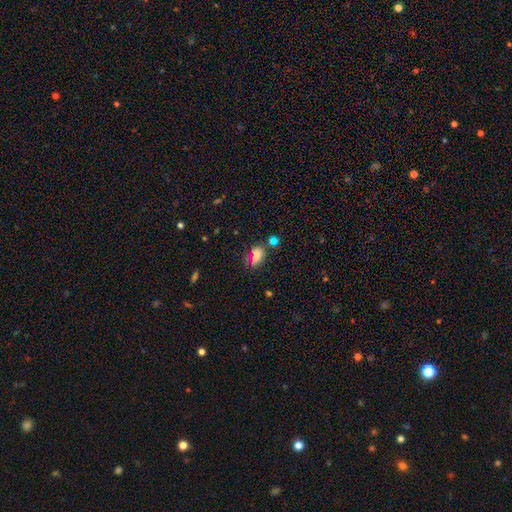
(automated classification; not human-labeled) This appears to be a smooth galaxy with no disk features (74%) that is in between round and cigar-shaped (83%). Merging: none (61%).